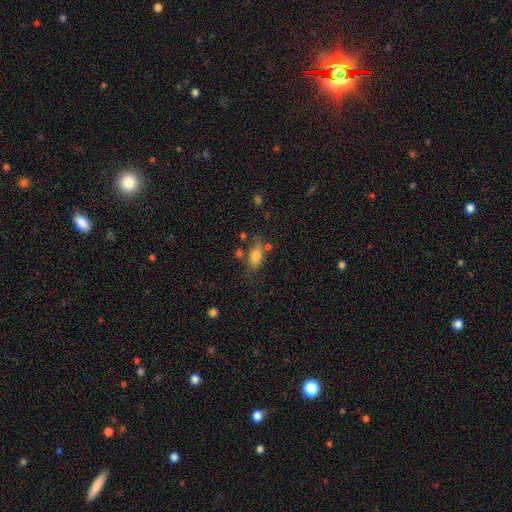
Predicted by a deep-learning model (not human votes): smooth 79%, featured or disk 11%, star or artifact 10%. Down the decision tree: how rounded — in between (85%); merging — none (59%).